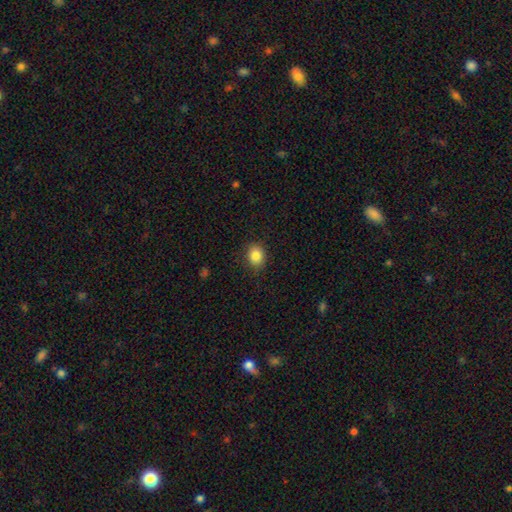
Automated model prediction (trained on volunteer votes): smooth 85%, star or artifact 10%, featured or disk 5%. Down the decision tree: how rounded — round (55%); merging — none (87%).